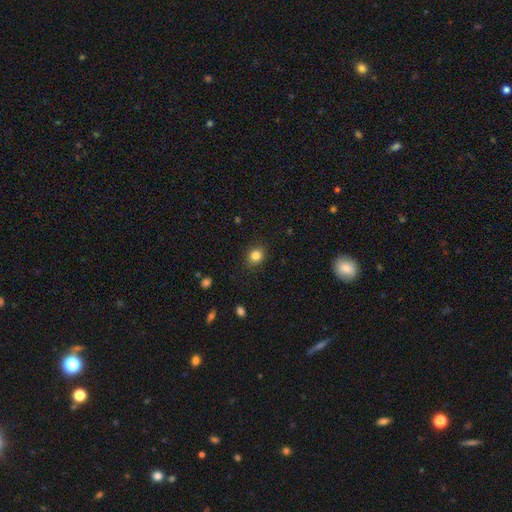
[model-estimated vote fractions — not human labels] Smooth or featured? Predicted: smooth (p=0.83). How rounded? Predicted: round (p=0.68). Merging? Predicted: none (p=0.88).